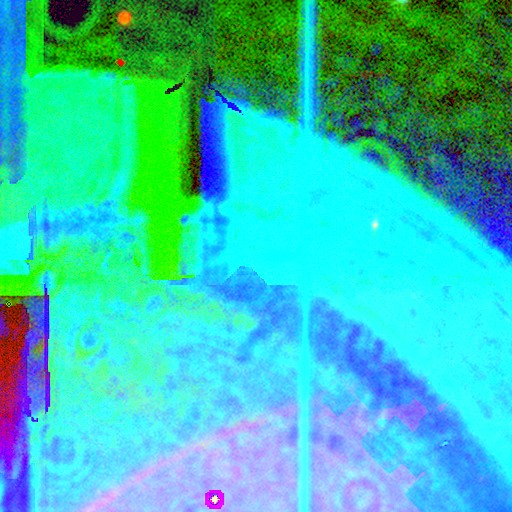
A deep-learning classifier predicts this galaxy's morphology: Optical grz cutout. It shows a star or artifact, not a galaxy (86%).